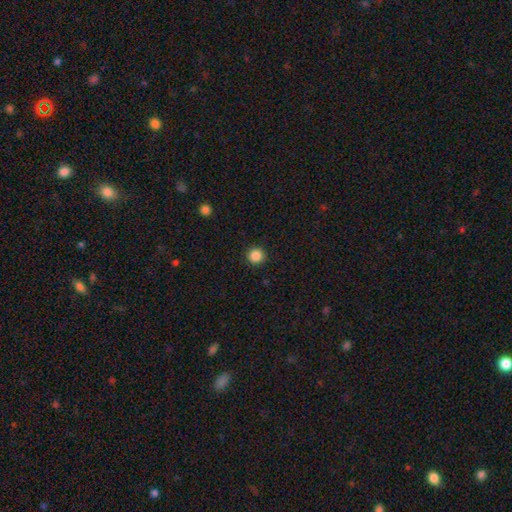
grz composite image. It shows a smooth galaxy with no disk features (90%) that is round (94%). Merging: none (89%).